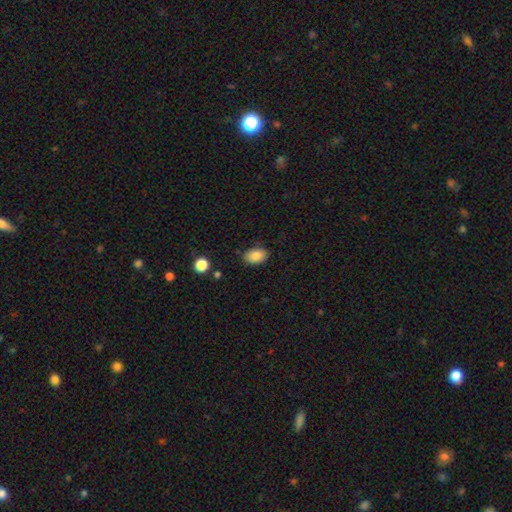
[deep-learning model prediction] A smooth galaxy with no disk features (85%) that is in between round and cigar-shaped (88%).

Vote fractions:
- Smooth or featured? smooth: 85% / star or artifact: 8% / featured or disk: 6%
- How rounded? in between: 88% / round: 10% / cigar-shaped: 1%
- Merging? none: 82% / minor disturbance: 13% / major disturbance: 3% / merger: 2%